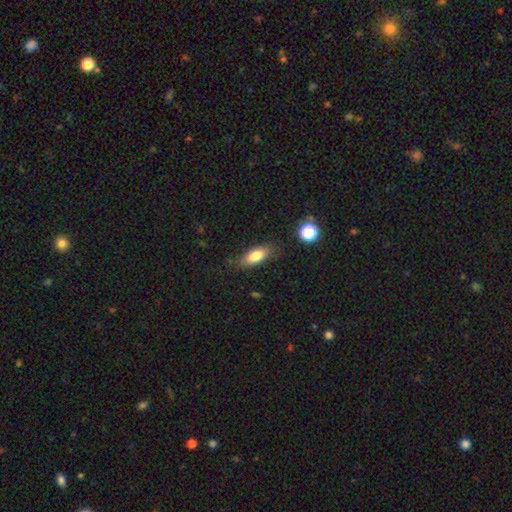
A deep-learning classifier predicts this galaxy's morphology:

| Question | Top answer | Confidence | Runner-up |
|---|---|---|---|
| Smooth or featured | smooth | 79% | featured or disk (13%) |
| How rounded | in between | 79% | cigar-shaped (17%) |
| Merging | none | 77% | minor disturbance (16%) |